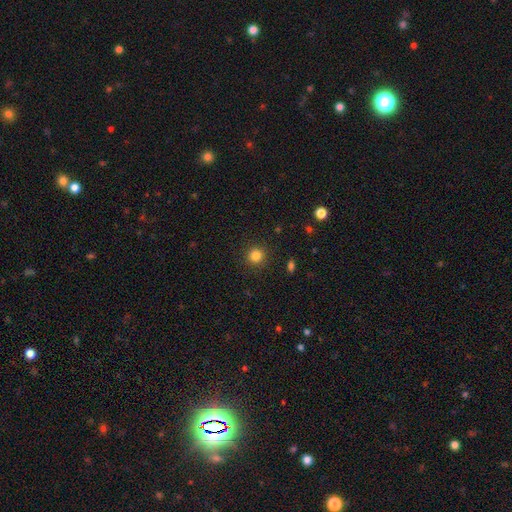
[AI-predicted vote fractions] Smooth or featured?
  - smooth: 83% *
  - star or artifact: 13%
  - featured or disk: 5%
How rounded?
  - round: 94% *
  - in between: 5%
  - cigar-shaped: 1%
Merging?
  - none: 91% *
  - minor disturbance: 6%
  - major disturbance: 2%
  - merger: 1%